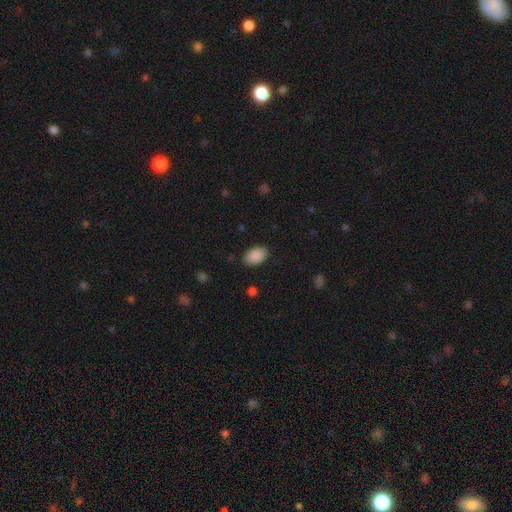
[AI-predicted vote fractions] This is clearly a smooth galaxy (90%). How rounded: clearly in between (89%). Merging: clearly none (87%).